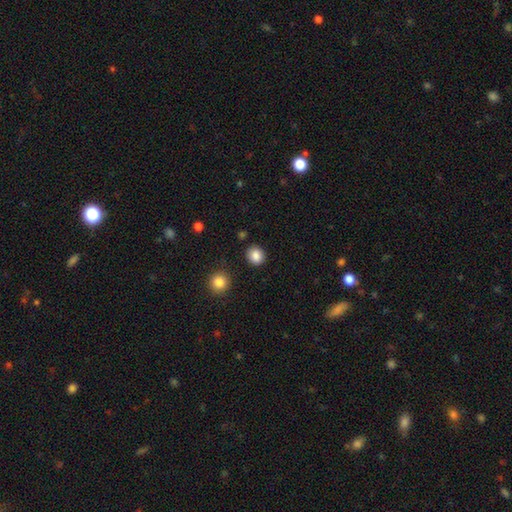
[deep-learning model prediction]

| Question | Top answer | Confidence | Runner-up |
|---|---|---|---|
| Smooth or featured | smooth | 87% | star or artifact (9%) |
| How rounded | round | 81% | in between (18%) |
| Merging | none | 89% | minor disturbance (7%) |